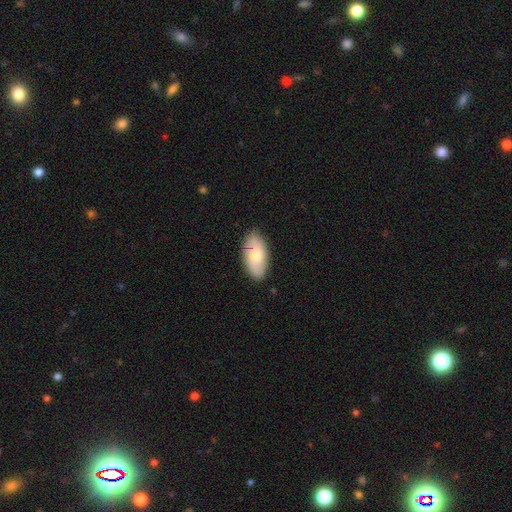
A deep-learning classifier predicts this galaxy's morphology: type=smooth (61%); roundness=in between (92%); merging=none (84%).